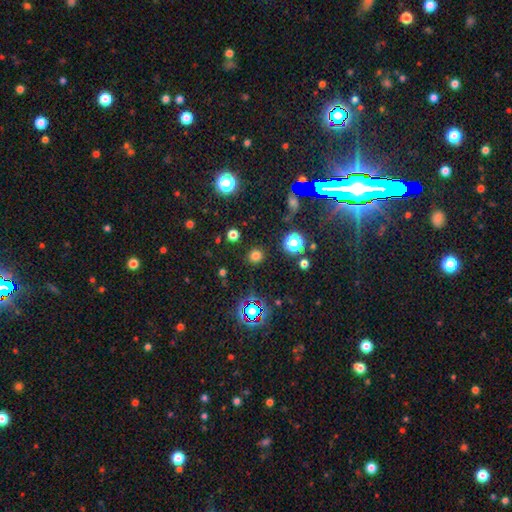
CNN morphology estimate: The model was most divided on "smooth or featured": smooth: 72%, star or artifact: 22%, featured or disk: 5%. More confident: how rounded — round (93%); merging — none (89%).